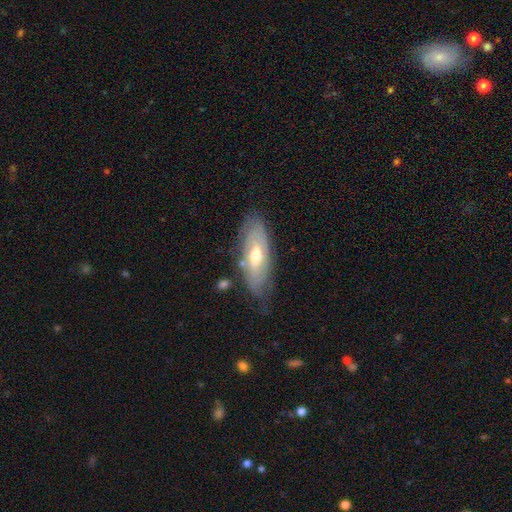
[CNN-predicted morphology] A featured or disk galaxy (55%). Merging: none (68%).